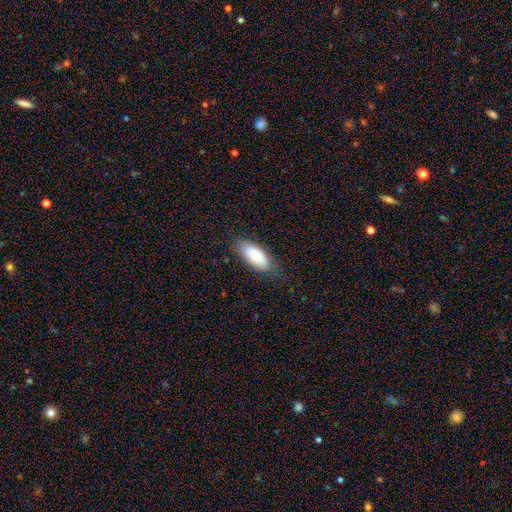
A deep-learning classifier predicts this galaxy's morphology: smooth_or_featured: smooth (p=0.83) [alt: featured or disk p=0.11]
how_rounded: in between (p=0.84) [alt: cigar-shaped p=0.14]
merging: none (p=0.77) [alt: minor disturbance p=0.18]